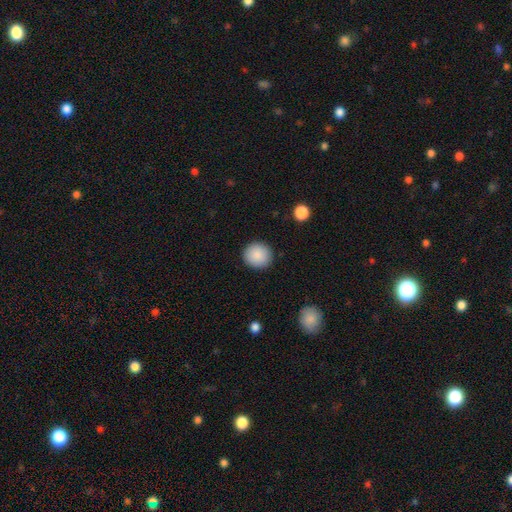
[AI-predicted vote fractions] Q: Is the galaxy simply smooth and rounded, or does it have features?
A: smooth — 89%.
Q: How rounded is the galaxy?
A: round — 92%.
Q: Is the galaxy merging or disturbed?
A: none — 91%.